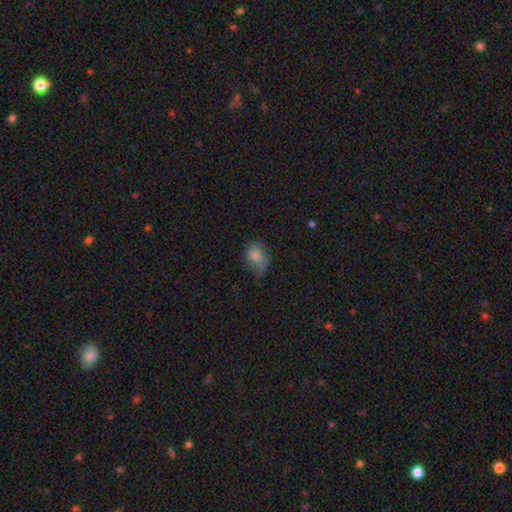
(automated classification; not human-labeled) Smooth or featured: smooth — 77% (featured or disk — 12%)
How rounded: in between — 57% (round — 42%)
Merging: none — 49% (minor disturbance — 36%)